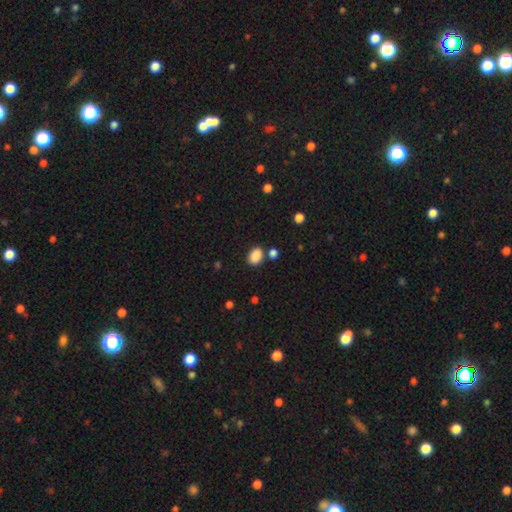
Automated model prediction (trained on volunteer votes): Overall: smooth (87%). How rounded: in between (77%). Merging: none (75%).